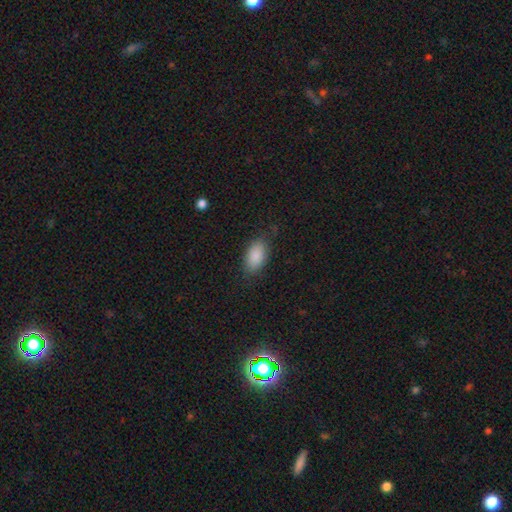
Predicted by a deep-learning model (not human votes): smooth-or-featured: smooth: 88% | star or artifact: 7% | featured or disk: 5%
  how-rounded: in between: 93% | round: 5% | cigar-shaped: 3%
  merging: none: 78% | minor disturbance: 16% | major disturbance: 5% | merger: 1%